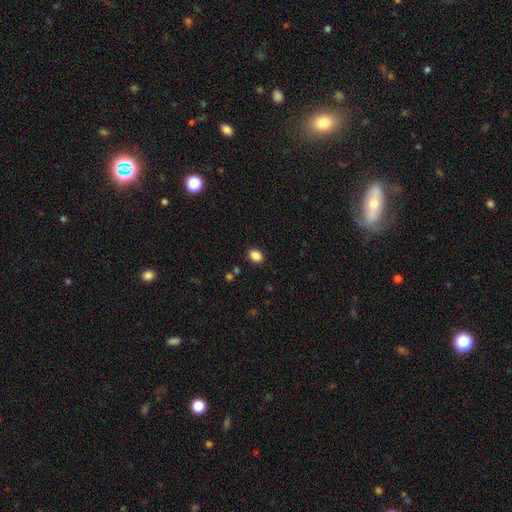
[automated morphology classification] Overall: smooth (87%). How rounded: in between (75%). Merging: none (88%).